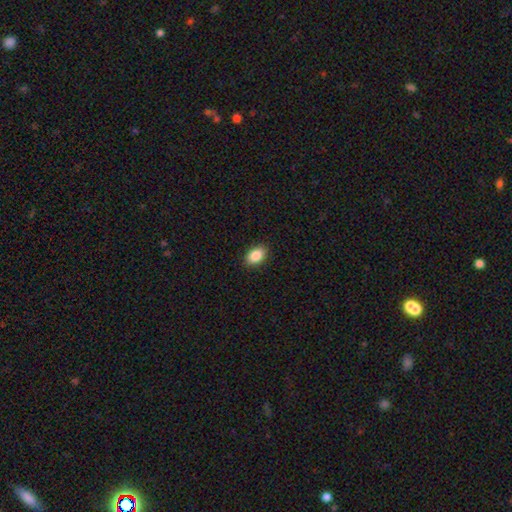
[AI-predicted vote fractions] This appears to be a smooth galaxy with no disk features (87%) that is in between round and cigar-shaped (87%). Merging: none (90%).